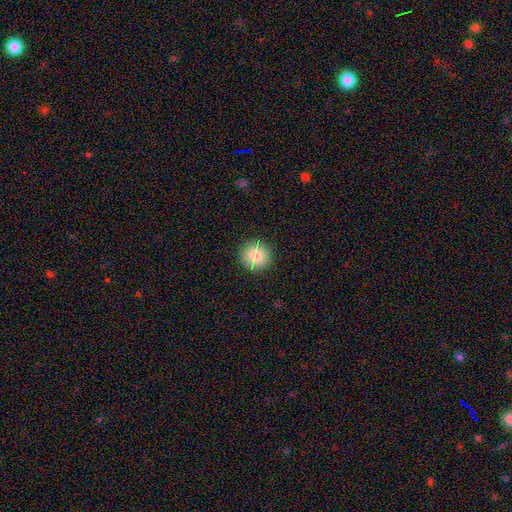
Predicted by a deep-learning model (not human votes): Smooth or featured?
  - smooth: 80% *
  - star or artifact: 11%
  - featured or disk: 9%
How rounded?
  - round: 94% *
  - in between: 5%
  - cigar-shaped: 1%
Merging?
  - none: 90% *
  - minor disturbance: 7%
  - major disturbance: 2%
  - merger: 1%